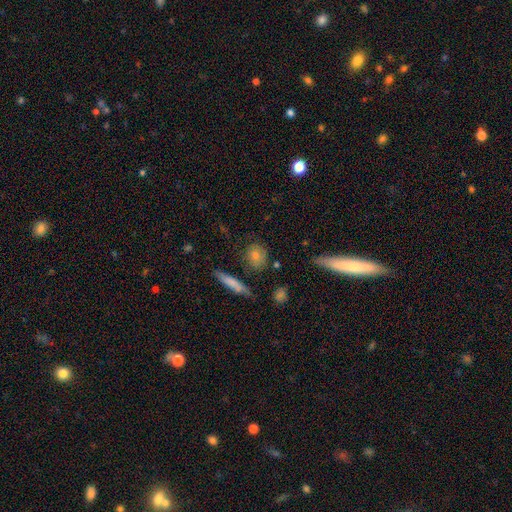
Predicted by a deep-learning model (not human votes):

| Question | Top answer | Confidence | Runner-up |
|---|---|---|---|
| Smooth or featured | smooth | 67% | featured or disk (20%) |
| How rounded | round | 58% | in between (30%) |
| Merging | none | 80% | minor disturbance (13%) |